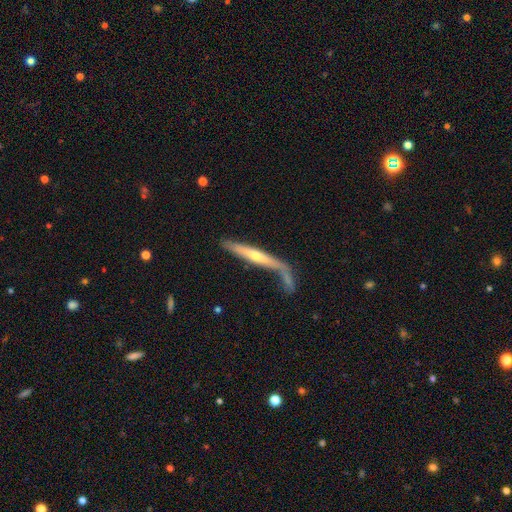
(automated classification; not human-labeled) Smooth or featured? featured or disk (62%)
Edge-on disk? yes (90%)
Edge-on bulge? rounded (70%)
Merging? none (49%)